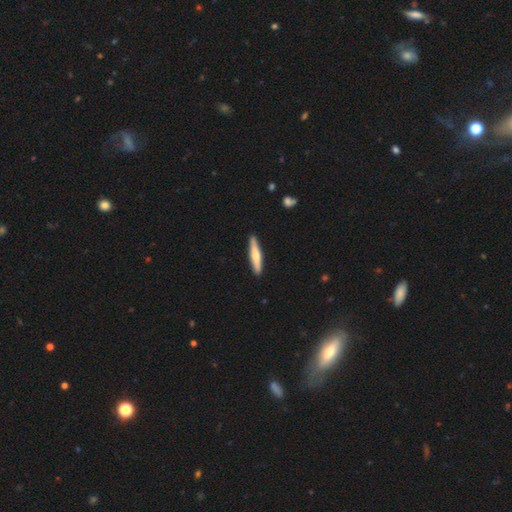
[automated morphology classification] A smooth galaxy with no disk features (59%) that is cigar-shaped (91%). Merging: none (89%).